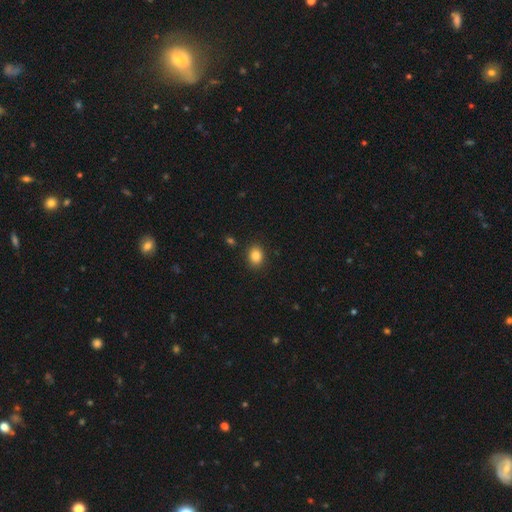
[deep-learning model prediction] Morphology: type=smooth (85%); roundness=in between (56%); merging=none (88%).